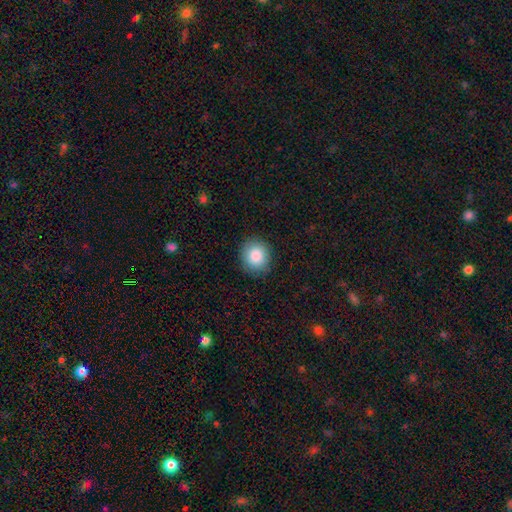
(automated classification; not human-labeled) Morphology: type=smooth (86%); roundness=round (85%); merging=none (88%).